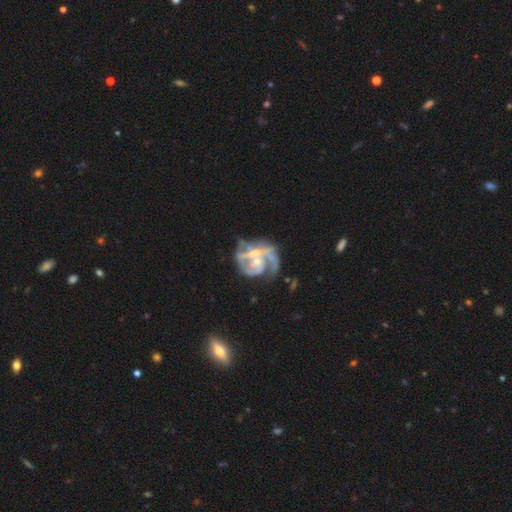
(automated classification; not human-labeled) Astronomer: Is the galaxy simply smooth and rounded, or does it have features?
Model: featured or disk — 84%.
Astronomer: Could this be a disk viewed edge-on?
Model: no — 98%.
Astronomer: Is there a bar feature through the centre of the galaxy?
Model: no — 61%.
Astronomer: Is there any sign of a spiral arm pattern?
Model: yes — 85%.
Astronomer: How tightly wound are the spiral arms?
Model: medium — 42% (runner-up: tight, 39%).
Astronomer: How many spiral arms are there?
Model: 2 — 36% (runner-up: can't tell, 22%).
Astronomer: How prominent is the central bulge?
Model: small — 54% (runner-up: moderate, 33%).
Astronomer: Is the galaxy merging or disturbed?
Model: none — 35% (runner-up: major disturbance, 29%).